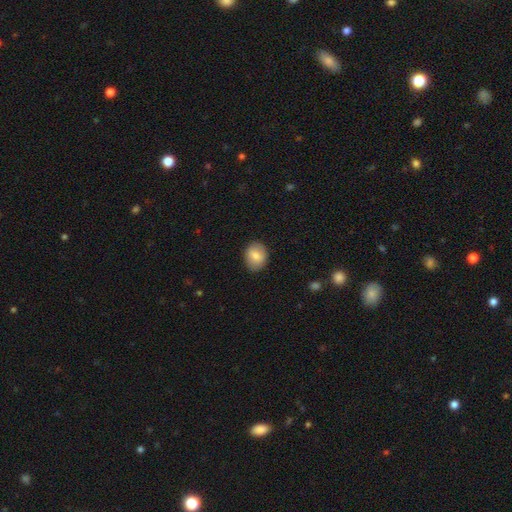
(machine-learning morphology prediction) This appears to be a smooth galaxy with no disk features (78%) that is in between round and cigar-shaped (53%). Merging: none (85%).